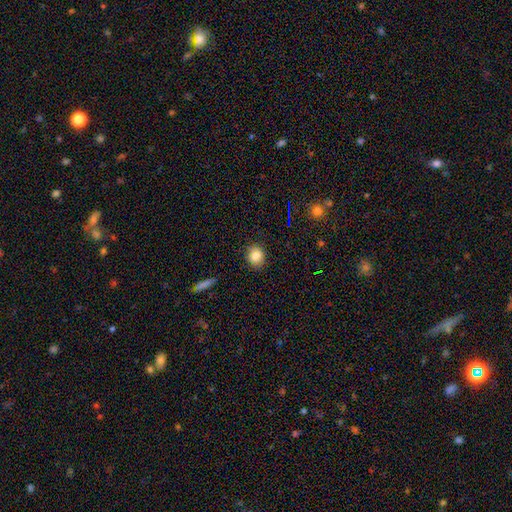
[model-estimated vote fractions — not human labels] Smooth or featured? Predicted: smooth (p=0.82). How rounded? Predicted: round (p=0.61). Merging? Predicted: none (p=0.88).